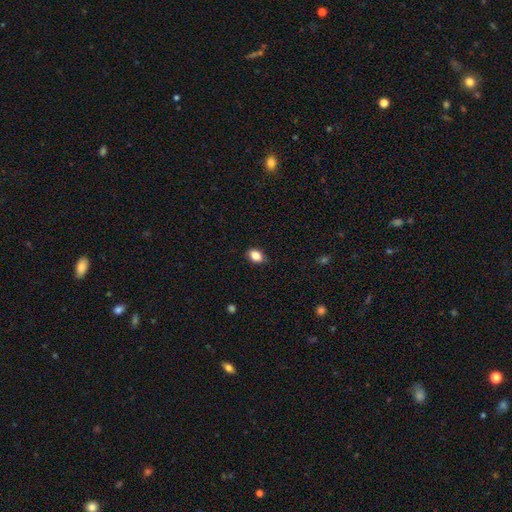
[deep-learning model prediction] A smooth galaxy with no disk features (85%) that is in between round and cigar-shaped (81%).

Vote fractions:
- Smooth or featured? smooth: 85% / star or artifact: 9% / featured or disk: 6%
- How rounded? in between: 81% / round: 17% / cigar-shaped: 2%
- Merging? none: 84% / minor disturbance: 13% / major disturbance: 2% / merger: 1%